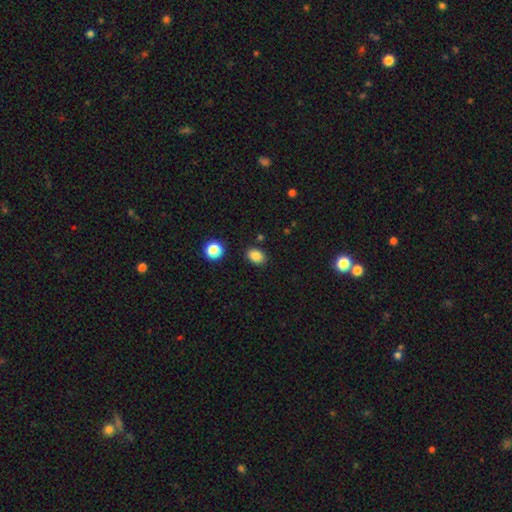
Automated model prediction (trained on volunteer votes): This appears to be a smooth galaxy with no disk features (85%) that is in between round and cigar-shaped (72%). Merging: none (85%).